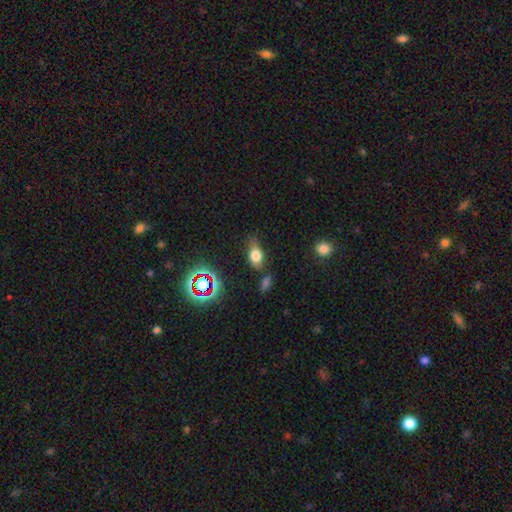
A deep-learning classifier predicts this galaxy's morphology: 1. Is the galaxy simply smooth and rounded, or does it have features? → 64% smooth, 20% featured or disk, 17% star or artifact.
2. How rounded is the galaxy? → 78% in between, 15% round, 7% cigar-shaped.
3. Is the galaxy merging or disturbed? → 60% none, 26% minor disturbance, 9% major disturbance, 6% merger.